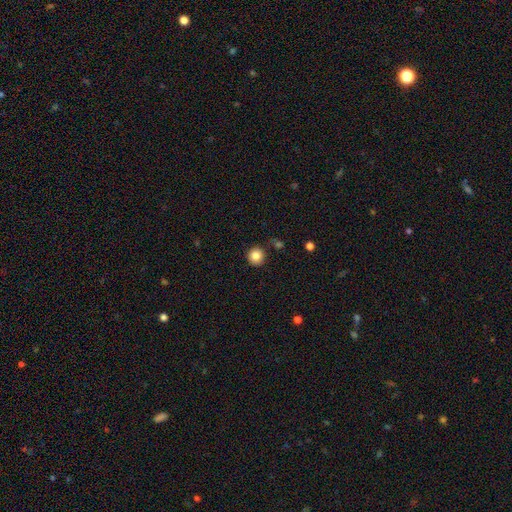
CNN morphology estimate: This appears to be a smooth galaxy with no disk features (84%) that is round (93%). Merging: none (86%).